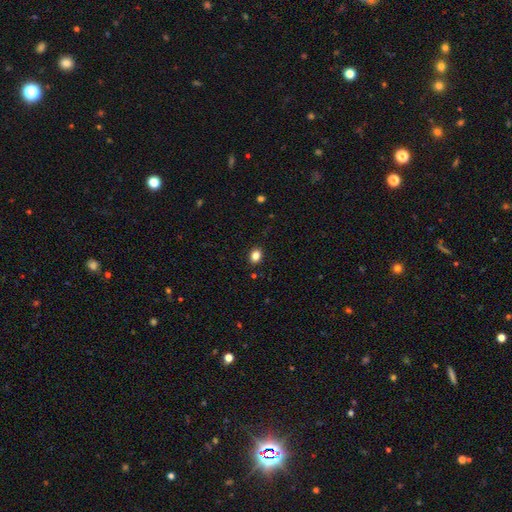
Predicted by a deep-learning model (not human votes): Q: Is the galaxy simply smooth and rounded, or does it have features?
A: smooth — 84%.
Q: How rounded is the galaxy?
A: round — 51%.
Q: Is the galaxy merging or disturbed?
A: none — 90%.